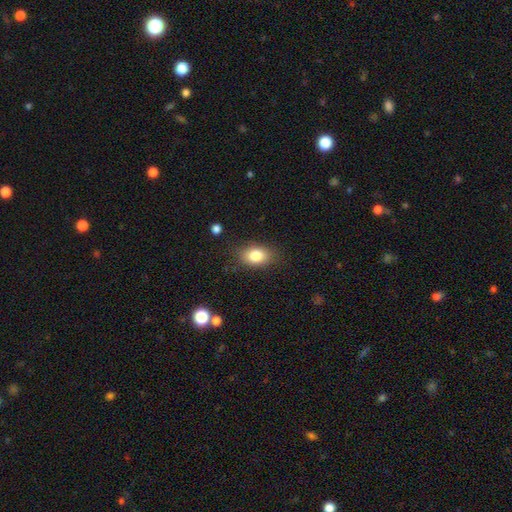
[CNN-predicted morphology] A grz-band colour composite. It shows a smooth galaxy with no disk features (82%) that is in between round and cigar-shaped (83%). Merging: none (82%).